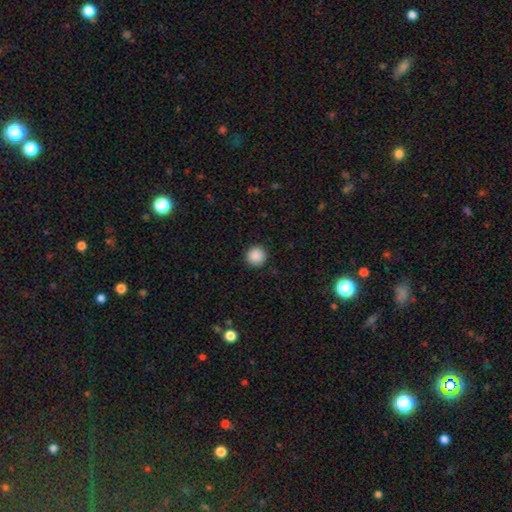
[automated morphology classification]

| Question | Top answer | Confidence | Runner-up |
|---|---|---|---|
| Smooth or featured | smooth | 89% | star or artifact (9%) |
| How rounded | round | 96% | in between (3%) |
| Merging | none | 93% | minor disturbance (5%) |